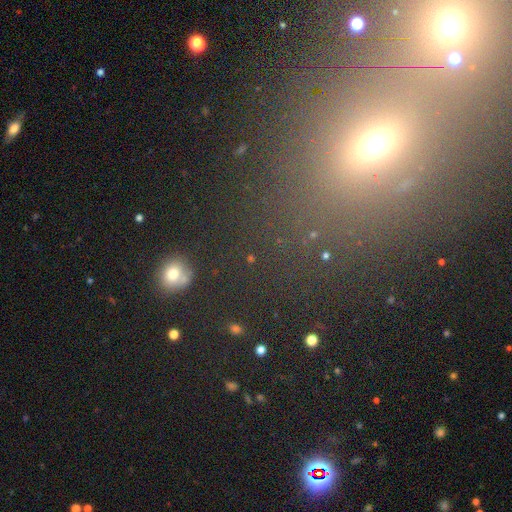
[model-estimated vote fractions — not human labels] Morphology: type=star or artifact (53%).